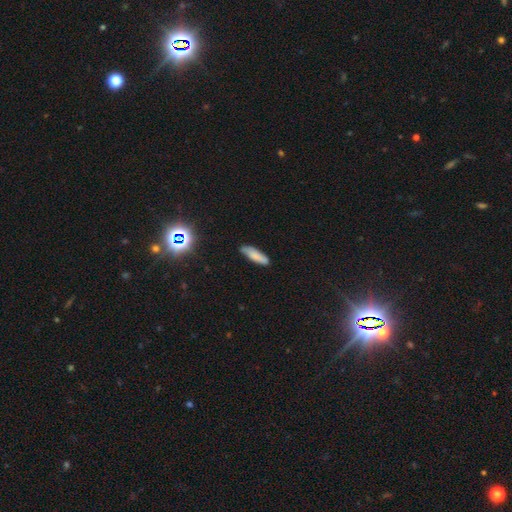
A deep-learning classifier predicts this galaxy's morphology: type=smooth (78%); roundness=cigar-shaped (60%); merging=none (76%).